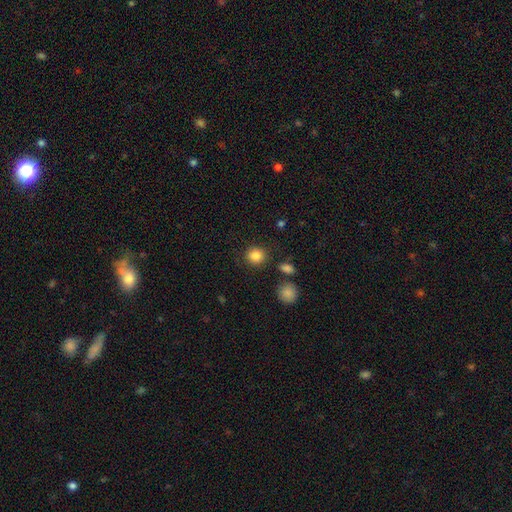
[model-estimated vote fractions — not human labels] Smooth or featured: smooth — 85% (star or artifact — 10%)
How rounded: round — 89% (in between — 10%)
Merging: none — 87% (minor disturbance — 7%)